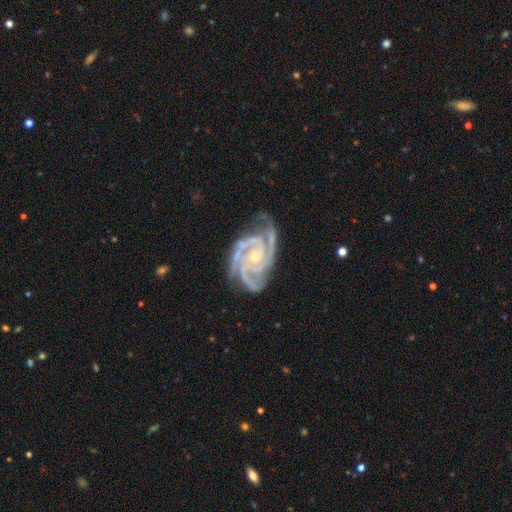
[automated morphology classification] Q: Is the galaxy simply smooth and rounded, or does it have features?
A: featured or disk — 91%.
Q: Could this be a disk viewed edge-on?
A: no — 98%.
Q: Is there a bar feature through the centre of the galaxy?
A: no — 65%.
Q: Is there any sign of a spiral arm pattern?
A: yes — 99%.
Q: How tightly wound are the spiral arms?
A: tight — 69%.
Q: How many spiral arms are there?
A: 3 — 45%.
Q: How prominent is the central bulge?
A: small — 65%.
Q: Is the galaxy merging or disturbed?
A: none — 71%.